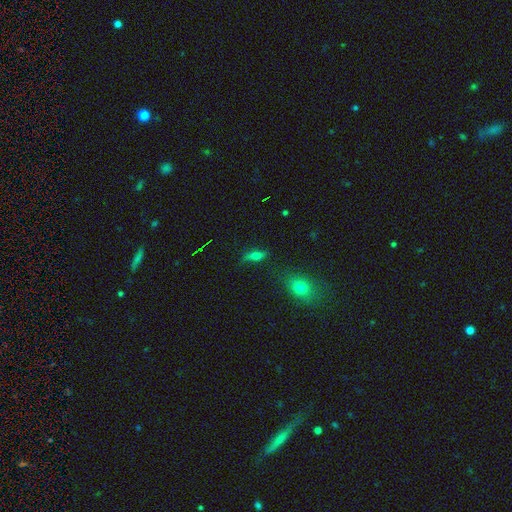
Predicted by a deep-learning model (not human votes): This appears to be a smooth galaxy with no disk features (47%). Merging: none (69%).